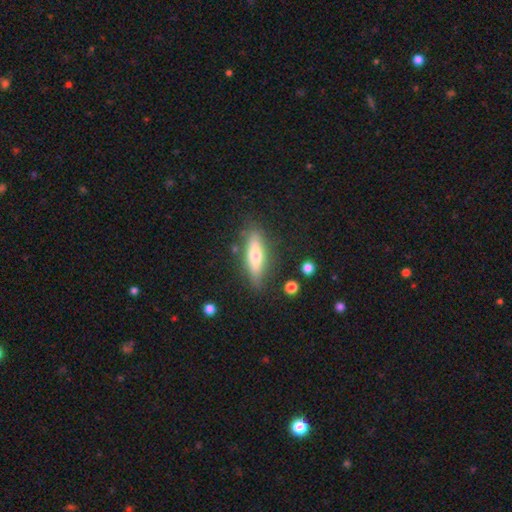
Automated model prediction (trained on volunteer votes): This appears to be a smooth galaxy with no disk features (54%) that is cigar-shaped (63%). Merging: none (80%).